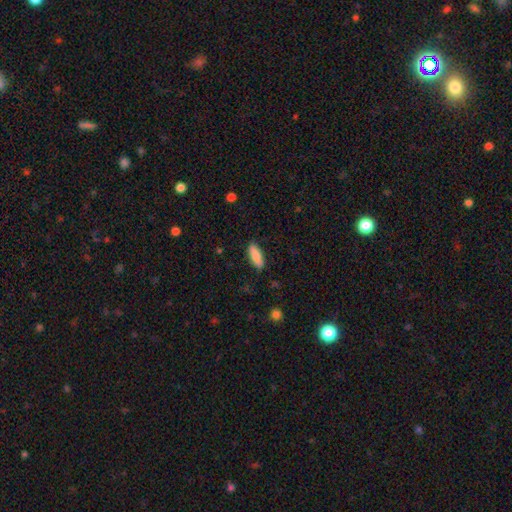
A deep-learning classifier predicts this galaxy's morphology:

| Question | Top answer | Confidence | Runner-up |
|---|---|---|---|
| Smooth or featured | smooth | 84% | featured or disk (10%) |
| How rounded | in between | 65% | cigar-shaped (34%) |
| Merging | none | 86% | minor disturbance (10%) |